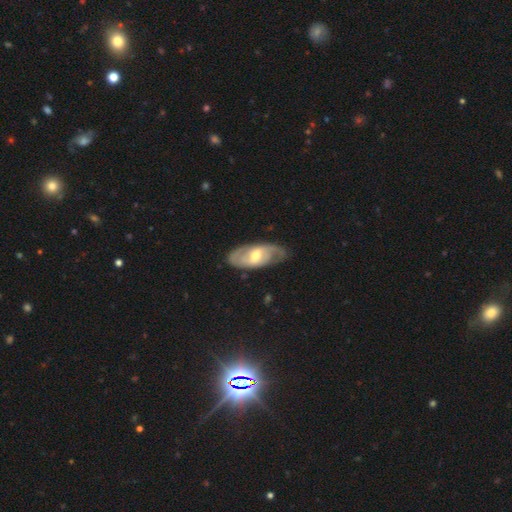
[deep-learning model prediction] A featured or disk galaxy (72%) with a weak bar (51%), 2 (73%) medium (44%) spiral arms (82%) and a moderate central bulge (65%).

Vote fractions:
- Smooth or featured? featured or disk: 72% / smooth: 23% / star or artifact: 5%
- Edge-on disk? no: 91% / yes: 9%
- Bar? weak: 51% / no: 27% / strong: 22%
- Spiral arms? yes: 82% / no: 18%
- Spiral winding? medium: 44% / tight: 36% / loose: 20%
- Spiral arm count? 2: 73% / can't tell: 18% / 1: 4% / 3: 3% / 4: 1% / more than 4: 1%
- Bulge size? moderate: 65% / small: 26% / large: 6% / none: 1% / dominant: 1%
- Merging? none: 76% / minor disturbance: 18% / major disturbance: 5% / merger: 1%